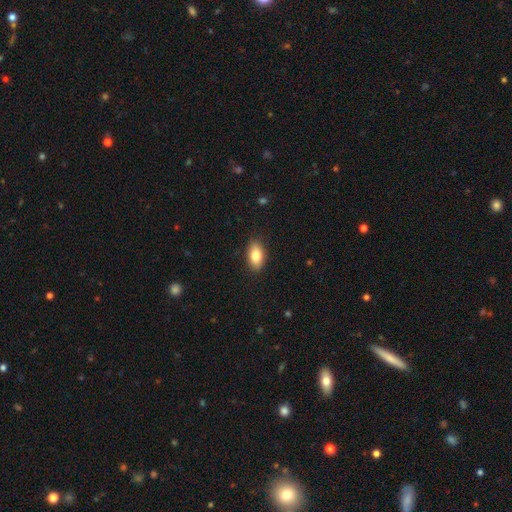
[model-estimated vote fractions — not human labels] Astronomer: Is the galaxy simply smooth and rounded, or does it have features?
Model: smooth — 82%.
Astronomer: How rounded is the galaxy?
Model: in between — 91%.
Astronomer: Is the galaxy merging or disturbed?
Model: none — 88%.